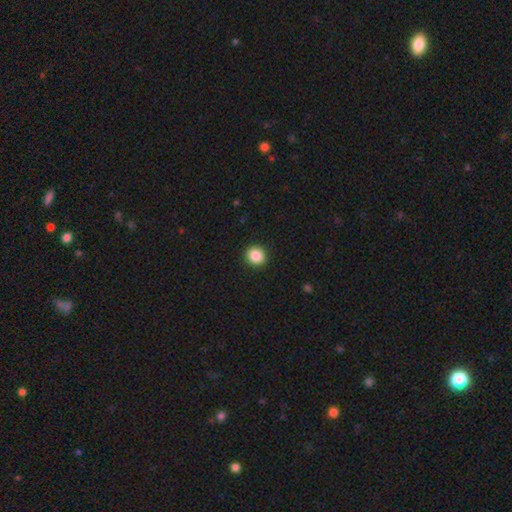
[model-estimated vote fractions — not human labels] Smooth or featured: smooth — 88% (star or artifact — 9%)
How rounded: round — 87% (in between — 12%)
Merging: none — 93% (minor disturbance — 5%)